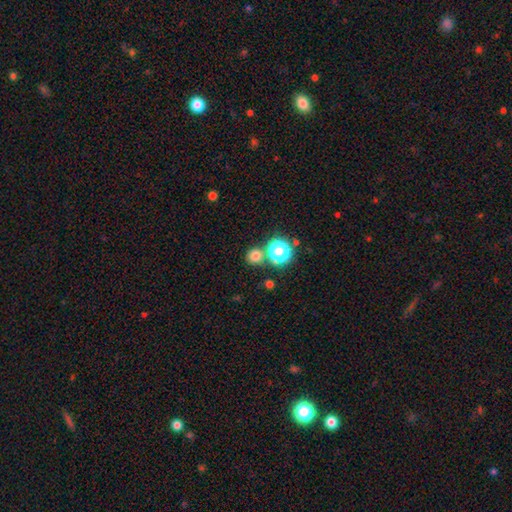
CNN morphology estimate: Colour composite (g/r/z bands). It shows a smooth galaxy with no disk features (73%) that is round (89%). Merging: none (74%).